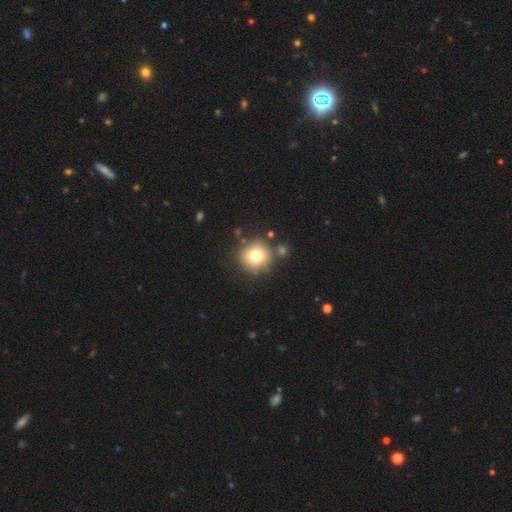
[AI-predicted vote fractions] smooth-or-featured: smooth: 77% | featured or disk: 12% | star or artifact: 12%
  how-rounded: round: 92% | in between: 7% | cigar-shaped: 1%
  merging: none: 80% | minor disturbance: 9% | merger: 8% | major disturbance: 3%